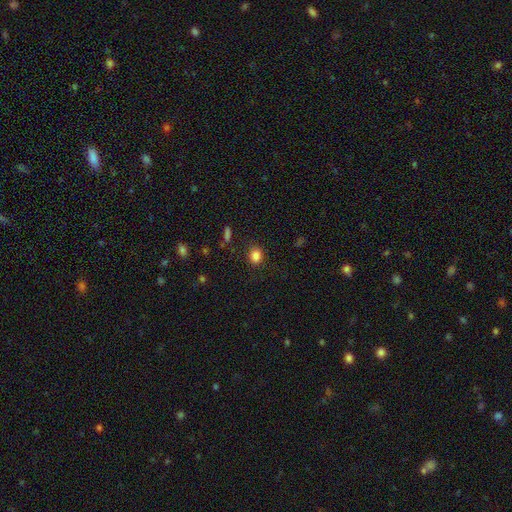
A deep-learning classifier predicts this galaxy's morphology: smooth 84%, star or artifact 11%, featured or disk 5%. Down the decision tree: how rounded — round (54%); merging — none (84%).